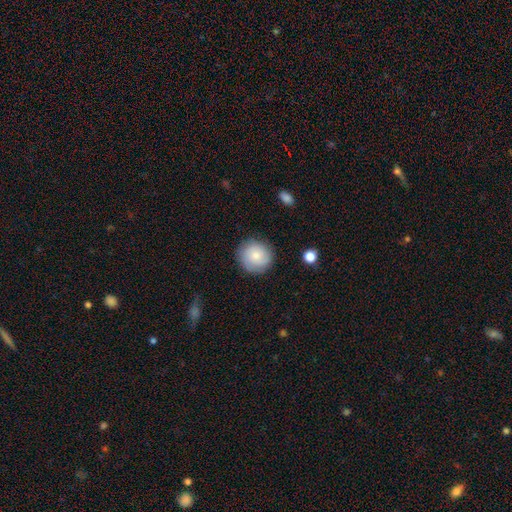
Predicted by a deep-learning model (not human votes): This is likely a smooth galaxy (77%). How rounded: clearly round (92%). Merging: clearly none (85%).